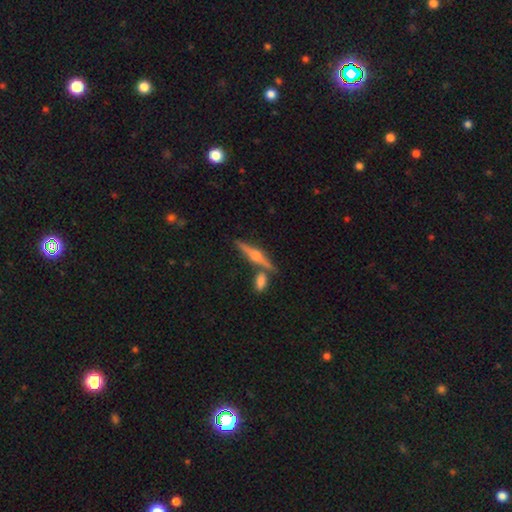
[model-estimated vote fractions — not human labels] smooth_or_featured: featured or disk (p=0.79) [alt: smooth p=0.14]
disk_edge_on: yes (p=0.97) [alt: no p=0.03]
edge_on_bulge: rounded (p=0.93) [alt: boxy p=0.04]
merging: none (p=0.78) [alt: merger p=0.12]